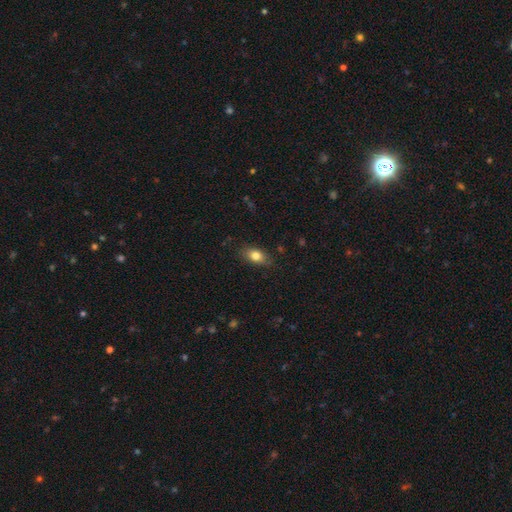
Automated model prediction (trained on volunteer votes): Q: Smooth or featured?
A: smooth (80%); runner-up: featured or disk (11%)
Q: How rounded?
A: in between (84%); runner-up: round (12%)
Q: Merging?
A: none (81%); runner-up: minor disturbance (15%)